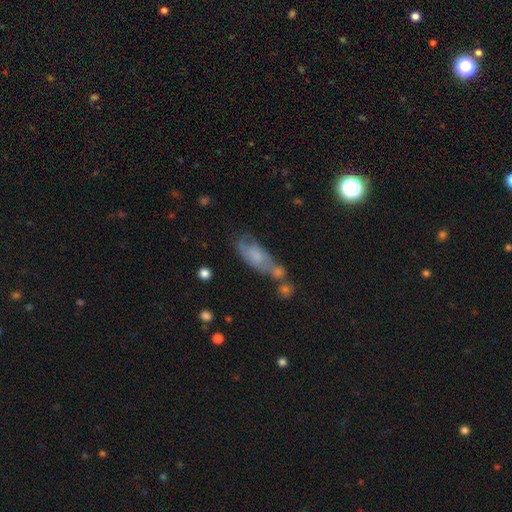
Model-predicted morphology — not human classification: smooth_or_featured: smooth (p=0.57) [alt: featured or disk p=0.33]
how_rounded: in between (p=0.70) [alt: cigar-shaped p=0.26]
merging: none (p=0.36) [alt: merger p=0.26]